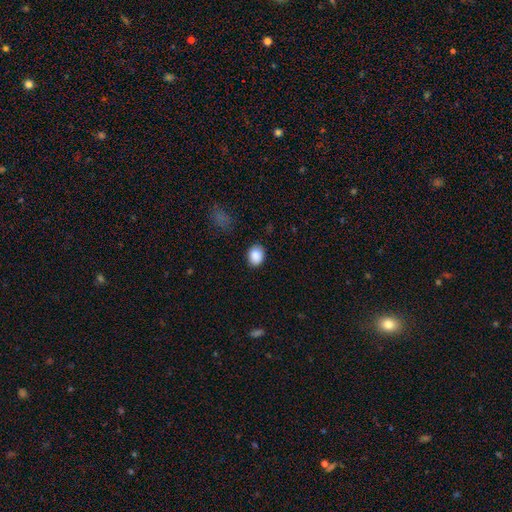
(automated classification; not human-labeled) smooth_or_featured: smooth (p=0.89) [alt: star or artifact p=0.08]
how_rounded: in between (p=0.59) [alt: round p=0.41]
merging: none (p=0.85) [alt: minor disturbance p=0.11]